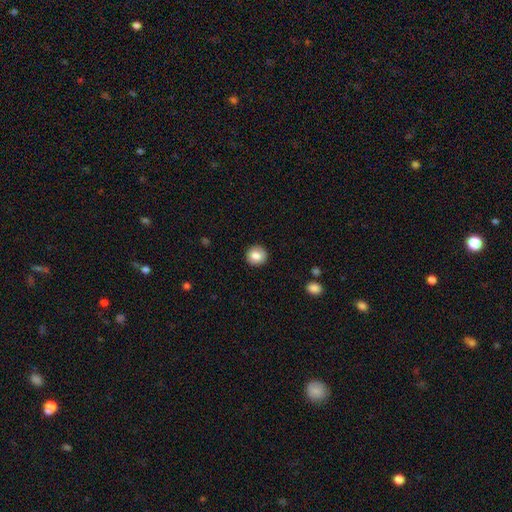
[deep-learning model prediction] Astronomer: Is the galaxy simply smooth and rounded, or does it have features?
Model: smooth — 83%.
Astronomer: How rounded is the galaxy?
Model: round — 94%.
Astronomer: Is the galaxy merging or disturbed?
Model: none — 92%.